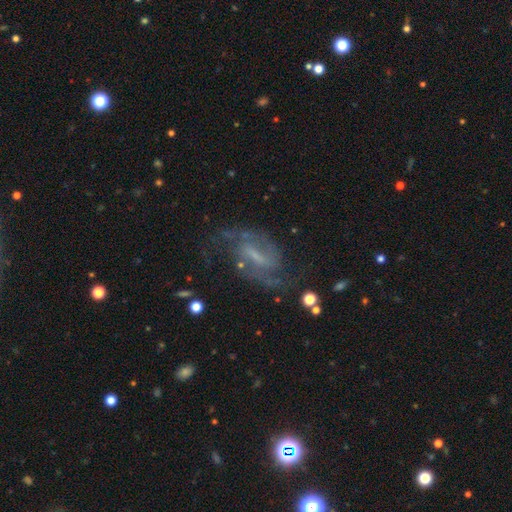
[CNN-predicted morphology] Smooth or featured? Predicted: featured or disk (p=0.84). Edge-on disk? Predicted: no (p=0.96). Bar? Predicted: weak (p=0.48). Spiral arms? Predicted: yes (p=0.95). Spiral winding? Predicted: medium (p=0.54). Spiral arm count? Predicted: 2 (p=0.83). Bulge size? Predicted: small (p=0.40). Merging? Predicted: none (p=0.69).